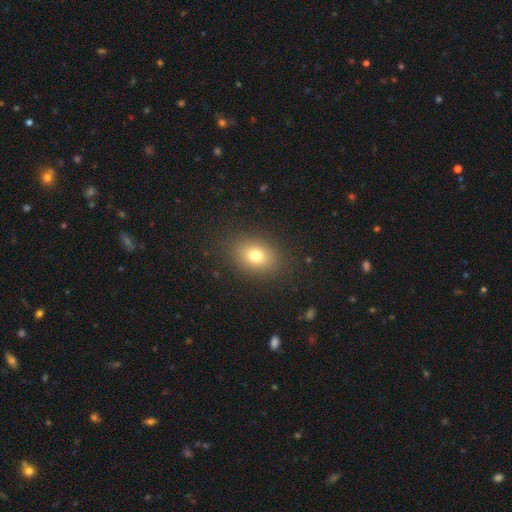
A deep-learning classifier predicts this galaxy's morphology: This is likely a smooth galaxy (76%). How rounded: likely in between (71%). Merging: clearly none (87%).